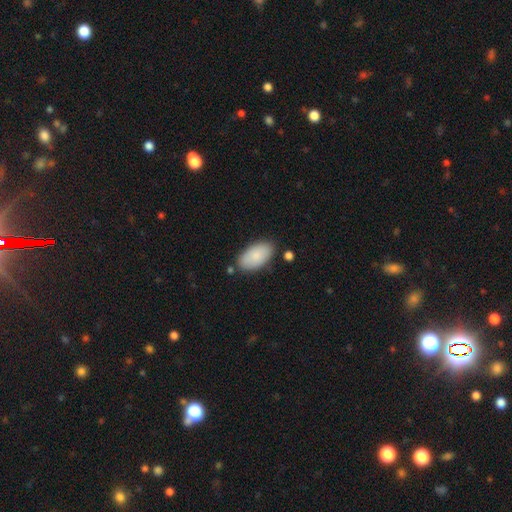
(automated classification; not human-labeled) This is clearly a smooth galaxy (86%). How rounded: clearly in between (95%). Merging: likely none (80%).